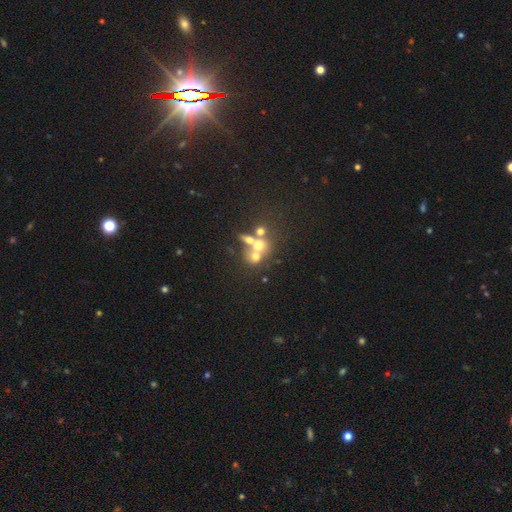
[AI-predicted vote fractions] The model was most divided on "smooth or featured": smooth: 54%, featured or disk: 29%, star or artifact: 17%. More confident: how rounded — round (70%); merging — merger (58%).